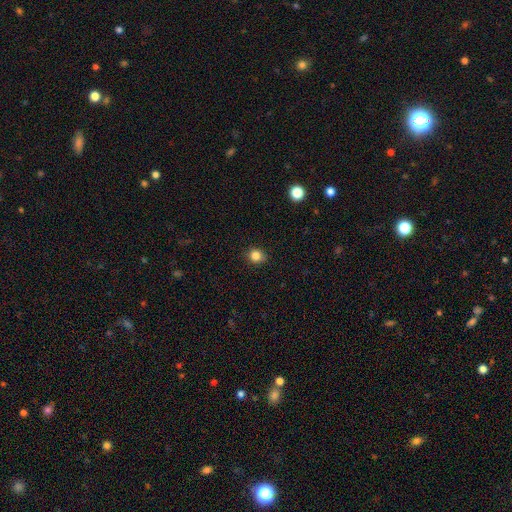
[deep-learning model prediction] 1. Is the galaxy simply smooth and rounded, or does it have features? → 84% smooth, 12% star or artifact, 4% featured or disk.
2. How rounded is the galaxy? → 83% round, 16% in between, 1% cigar-shaped.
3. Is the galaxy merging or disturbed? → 88% none, 9% minor disturbance, 2% major disturbance, 1% merger.